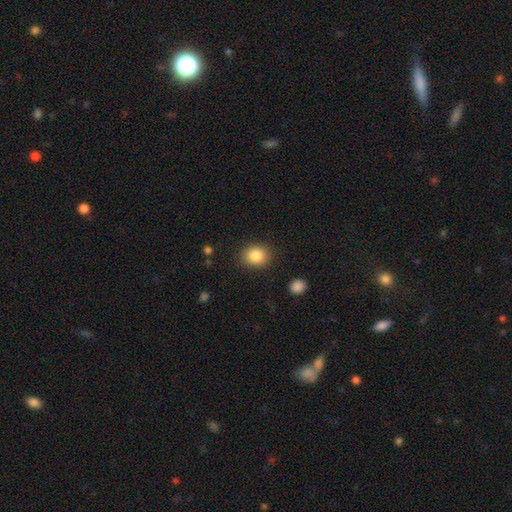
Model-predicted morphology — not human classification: smooth 85%, star or artifact 9%, featured or disk 6%. Down the decision tree: how rounded — round (58%); merging — none (87%).